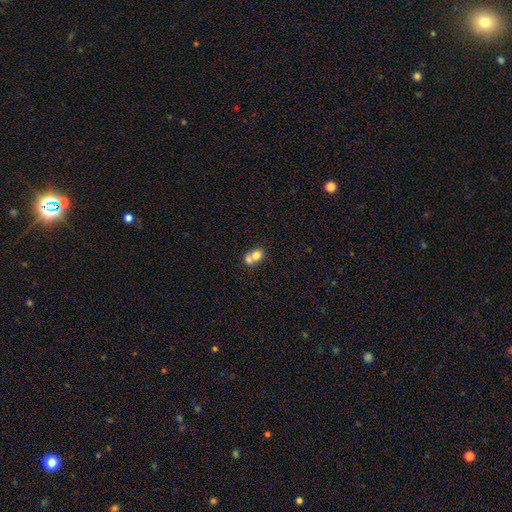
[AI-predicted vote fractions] A smooth galaxy with no disk features (71%) that is round (50%).

Vote fractions:
- Smooth or featured? smooth: 71% / featured or disk: 19% / star or artifact: 10%
- How rounded? round: 50% / in between: 49% / cigar-shaped: 1%
- Merging? merger: 65% / none: 25% / minor disturbance: 7% / major disturbance: 4%